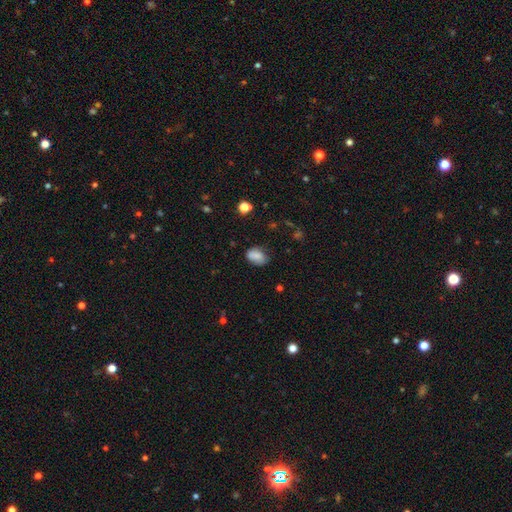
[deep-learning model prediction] Morphology: type=smooth (80%); roundness=in between (80%); merging=none (61%).